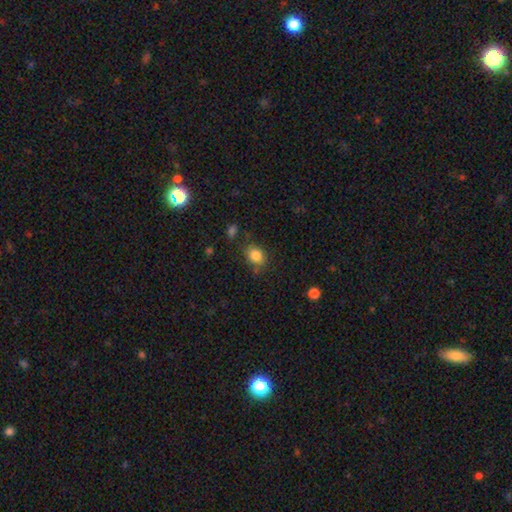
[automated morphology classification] Q: Smooth or featured?
A: smooth (83%); runner-up: star or artifact (10%)
Q: How rounded?
A: in between (53%); runner-up: round (46%)
Q: Merging?
A: none (72%); runner-up: minor disturbance (19%)